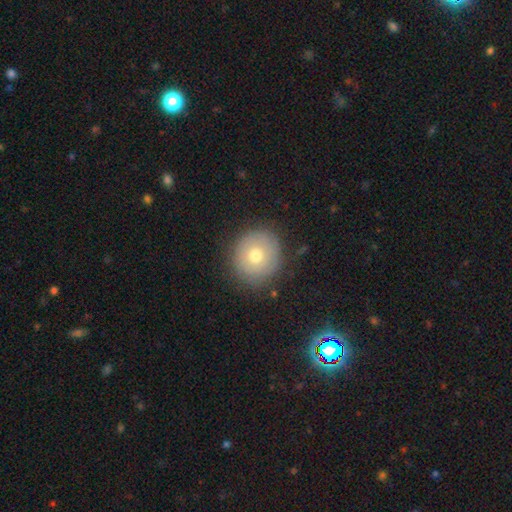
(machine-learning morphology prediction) Smooth or featured? Predicted: smooth (p=0.67). How rounded? Predicted: round (p=0.90). Merging? Predicted: none (p=0.84).